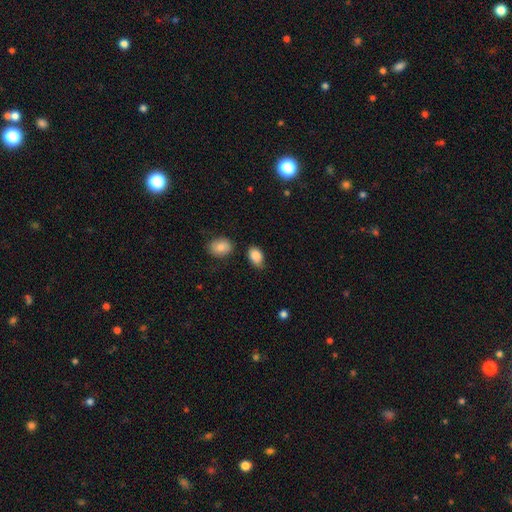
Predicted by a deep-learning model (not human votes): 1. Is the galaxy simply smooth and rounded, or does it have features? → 87% smooth, 8% star or artifact, 5% featured or disk.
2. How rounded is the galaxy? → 88% in between, 11% round, 1% cigar-shaped.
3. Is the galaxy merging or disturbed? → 71% none, 21% minor disturbance, 4% merger, 4% major disturbance.